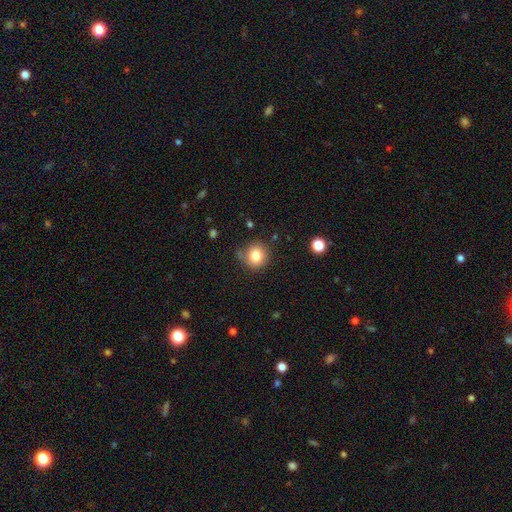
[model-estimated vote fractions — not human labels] Overall: smooth (81%). How rounded: round (84%). Merging: none (73%).